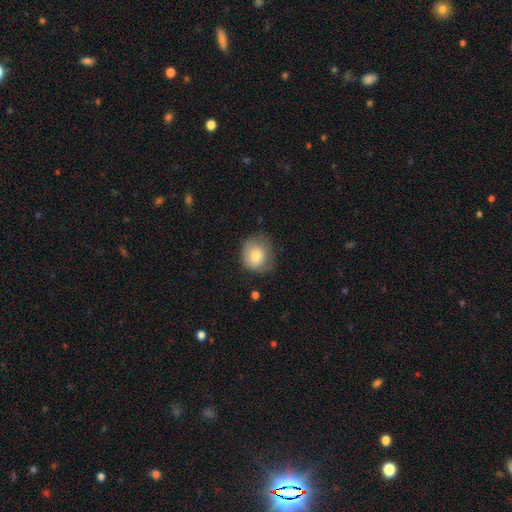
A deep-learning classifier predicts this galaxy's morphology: The model was most divided on "merging": none: 56%, minor disturbance: 31%, major disturbance: 11%, merger: 2%. More confident: smooth or featured — smooth (77%); how rounded — round (73%).